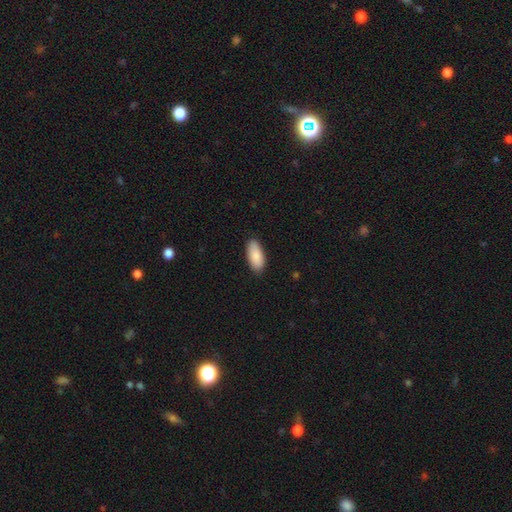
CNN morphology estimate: Q: Smooth or featured?
A: smooth (88%); runner-up: featured or disk (6%)
Q: How rounded?
A: in between (89%); runner-up: cigar-shaped (9%)
Q: Merging?
A: none (87%); runner-up: minor disturbance (10%)